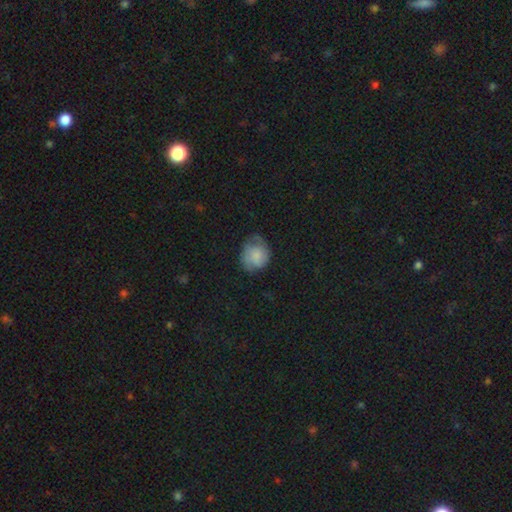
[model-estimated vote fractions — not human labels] This is likely a smooth galaxy (67%). How rounded: likely round (67%). Merging: possibly none (52%).